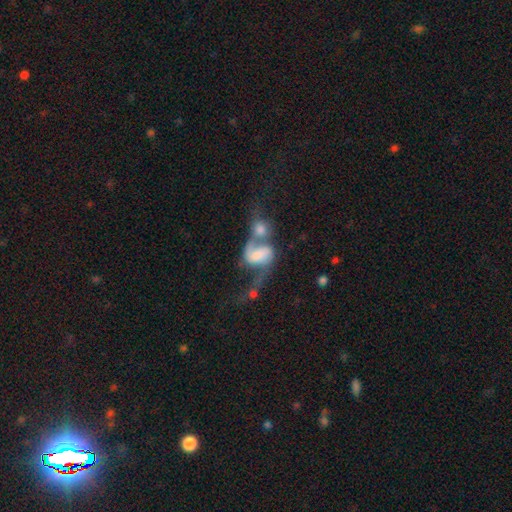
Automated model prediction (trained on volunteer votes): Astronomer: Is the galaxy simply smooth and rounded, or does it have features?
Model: featured or disk — 54% (runner-up: smooth, 37%).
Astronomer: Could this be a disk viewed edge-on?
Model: no — 96%.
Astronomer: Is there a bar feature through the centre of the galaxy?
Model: no — 49% (runner-up: weak, 30%).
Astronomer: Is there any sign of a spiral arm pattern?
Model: yes — 75%.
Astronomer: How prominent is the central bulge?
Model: none — 36% (runner-up: large, 22%).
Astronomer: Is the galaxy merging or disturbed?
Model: merger — 66%.